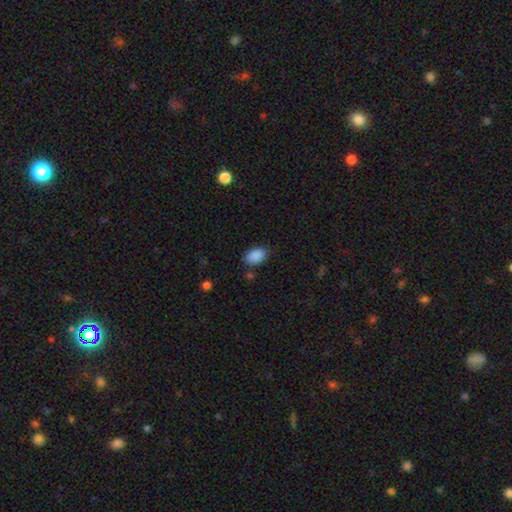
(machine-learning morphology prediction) This is clearly a smooth galaxy (89%). How rounded: clearly in between (85%). Merging: clearly none (81%).